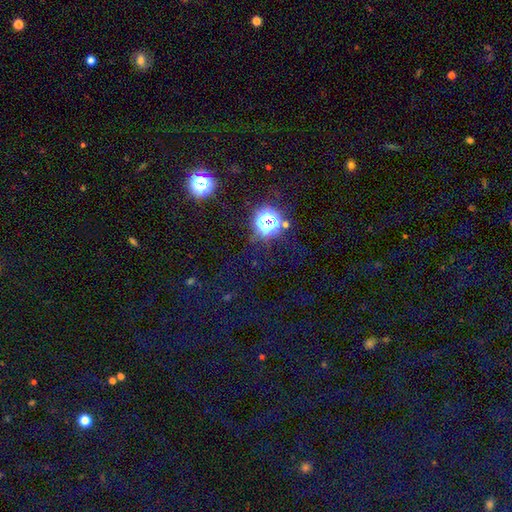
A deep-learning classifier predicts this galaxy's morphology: A star or artifact, not a galaxy (71%).